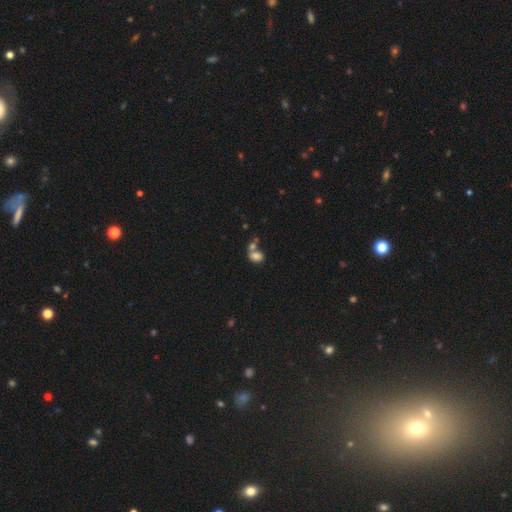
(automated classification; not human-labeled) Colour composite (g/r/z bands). It shows a smooth galaxy with no disk features (78%) that is in between round and cigar-shaped (79%). Merging: merger (51%).